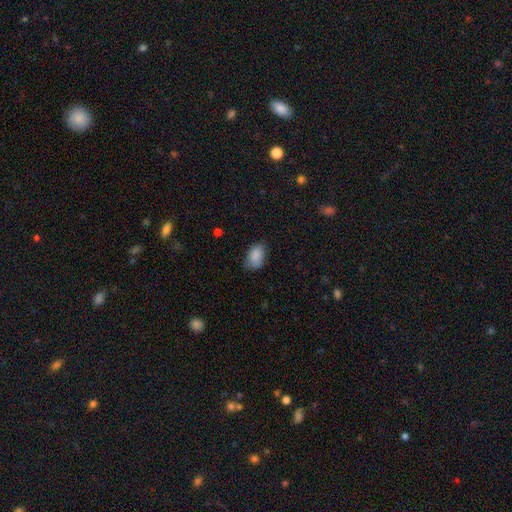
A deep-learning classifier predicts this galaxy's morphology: smooth 87%, star or artifact 8%, featured or disk 6%. Down the decision tree: how rounded — in between (85%); merging — none (66%).